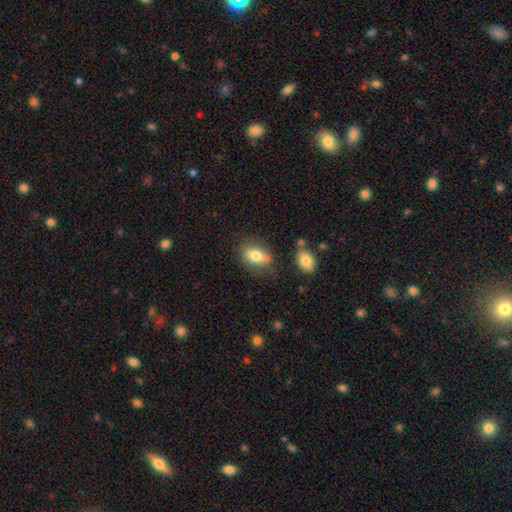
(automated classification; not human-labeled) Smooth or featured? smooth (76%)
How rounded? in between (84%)
Merging? none (68%)